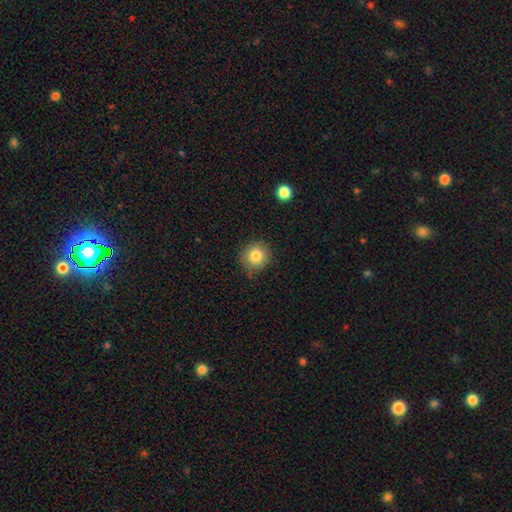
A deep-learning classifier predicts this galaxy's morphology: smooth 82%, star or artifact 10%, featured or disk 8%. Down the decision tree: how rounded — round (92%); merging — none (84%).